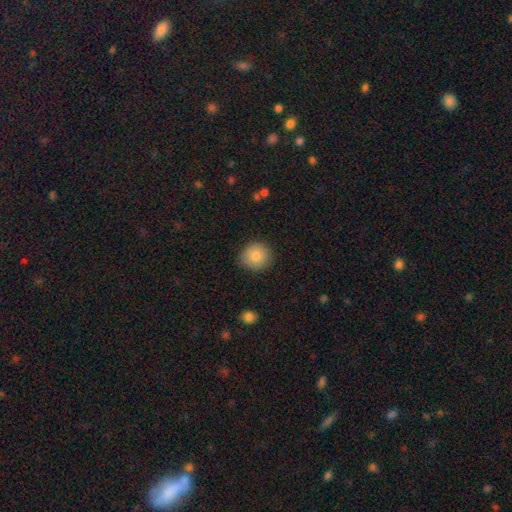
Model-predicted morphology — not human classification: smooth_or_featured: smooth (p=0.85) [alt: star or artifact p=0.08]
how_rounded: round (p=0.87) [alt: in between p=0.12]
merging: none (p=0.86) [alt: minor disturbance p=0.10]